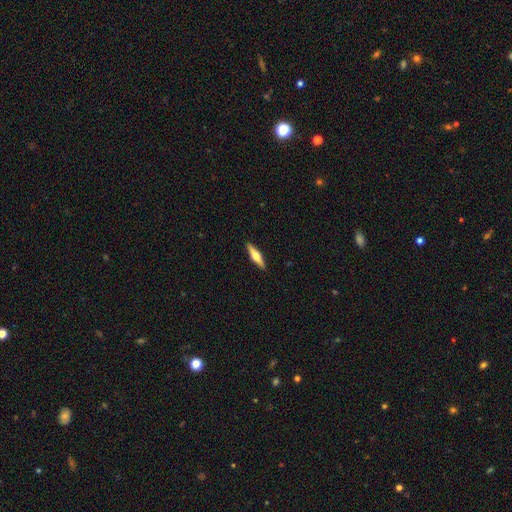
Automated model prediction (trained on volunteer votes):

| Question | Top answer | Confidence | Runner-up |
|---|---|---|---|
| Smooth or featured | featured or disk | 56% | smooth (39%) |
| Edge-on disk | yes | 95% | no (5%) |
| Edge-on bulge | rounded | 93% | boxy (4%) |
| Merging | none | 91% | minor disturbance (7%) |